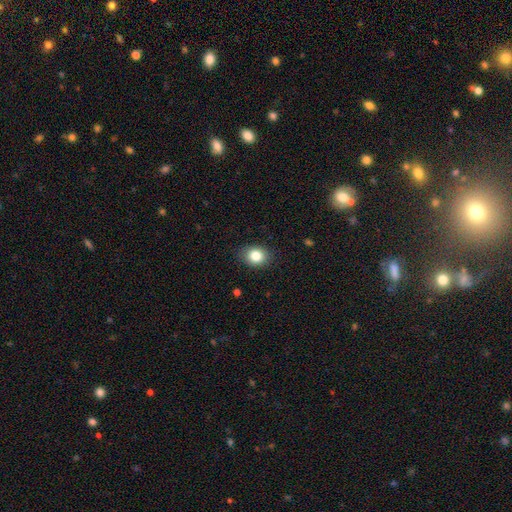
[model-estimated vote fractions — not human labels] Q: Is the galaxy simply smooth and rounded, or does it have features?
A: smooth — 83%.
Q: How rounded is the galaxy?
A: round — 52%.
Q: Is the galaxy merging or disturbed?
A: none — 87%.